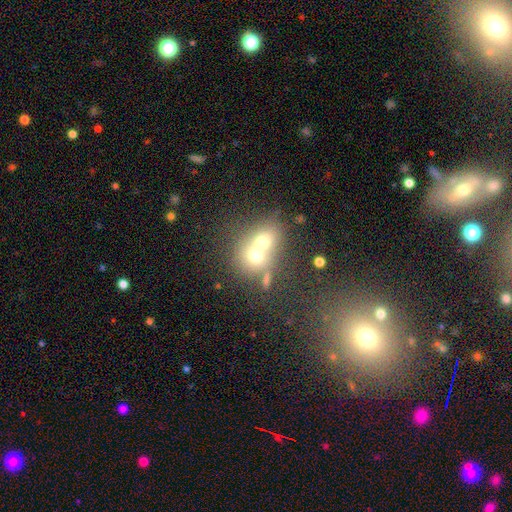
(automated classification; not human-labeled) The model was most divided on "how rounded": round: 65%, in between: 34%, cigar-shaped: 1%. More confident: merging — merger (68%); smooth or featured — smooth (63%).